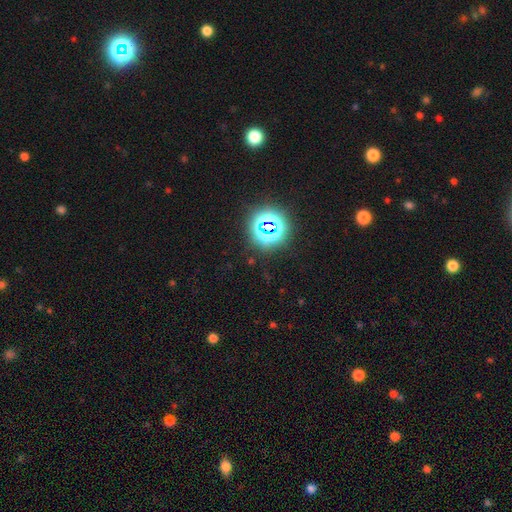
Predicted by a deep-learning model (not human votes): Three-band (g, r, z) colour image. It shows a star or artifact, not a galaxy (77%).